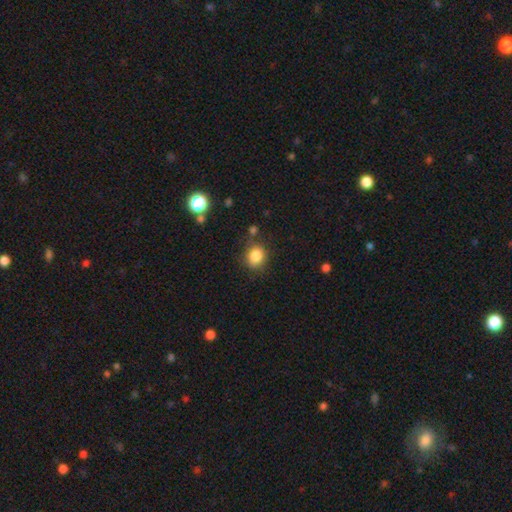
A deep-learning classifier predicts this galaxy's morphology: This is clearly a smooth galaxy (85%). How rounded: likely round (65%). Merging: likely none (76%).